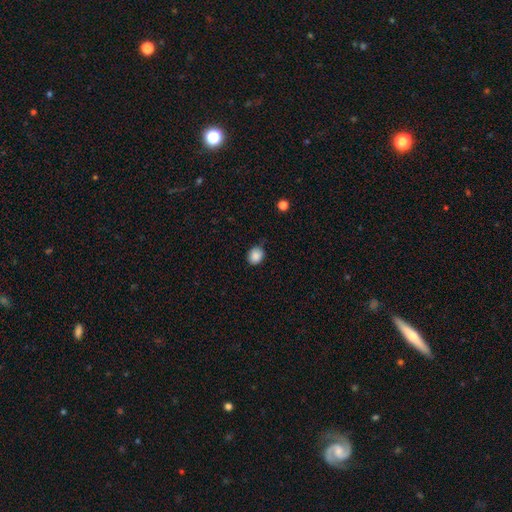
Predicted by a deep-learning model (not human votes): Overall: smooth (87%). How rounded: round (64%; in between 35%). Merging: none (74%).